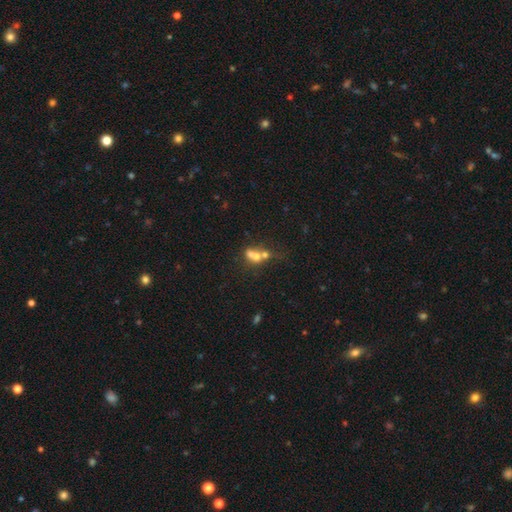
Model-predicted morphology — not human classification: Smooth or featured? smooth (57%)
How rounded? round (50%)
Merging? merger (61%)